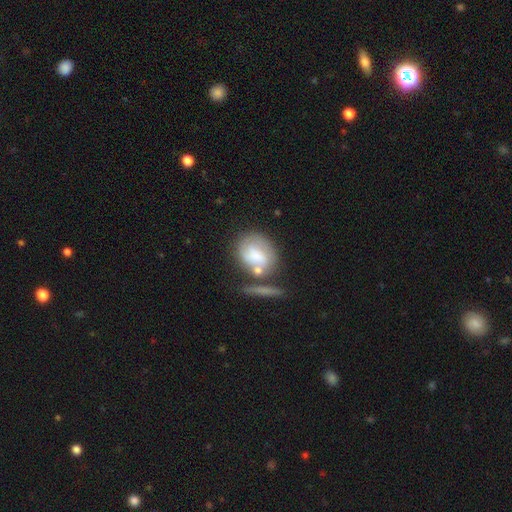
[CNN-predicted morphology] This appears to be a smooth galaxy with no disk features (49%). Merging: none (44%).